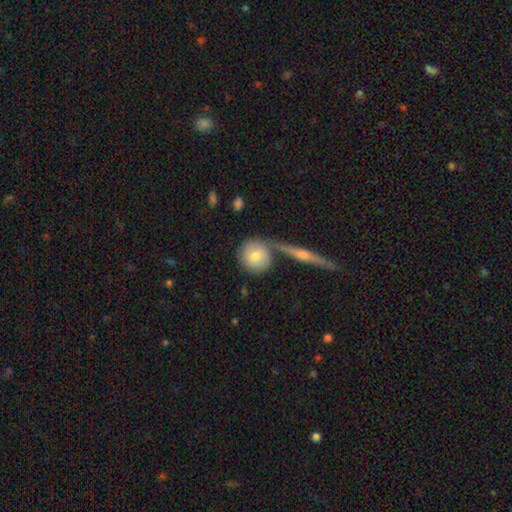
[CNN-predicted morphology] smooth_or_featured: smooth (p=0.68) [alt: featured or disk p=0.25]
how_rounded: round (p=0.88) [alt: in between p=0.10]
merging: none (p=0.65) [alt: merger p=0.20]